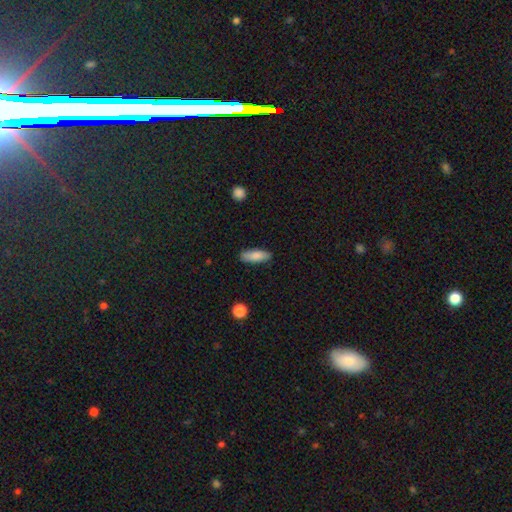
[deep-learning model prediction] Smooth or featured?
  - smooth: 85% *
  - featured or disk: 9%
  - star or artifact: 7%
How rounded?
  - in between: 61% *
  - cigar-shaped: 37%
  - round: 2%
Merging?
  - none: 86% *
  - minor disturbance: 11%
  - major disturbance: 2%
  - merger: 1%